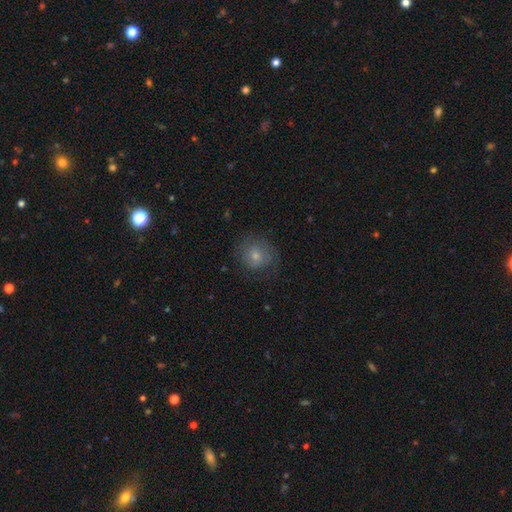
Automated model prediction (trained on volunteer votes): This appears to be a smooth galaxy with no disk features (54%) that is round (83%). Merging: none (74%).